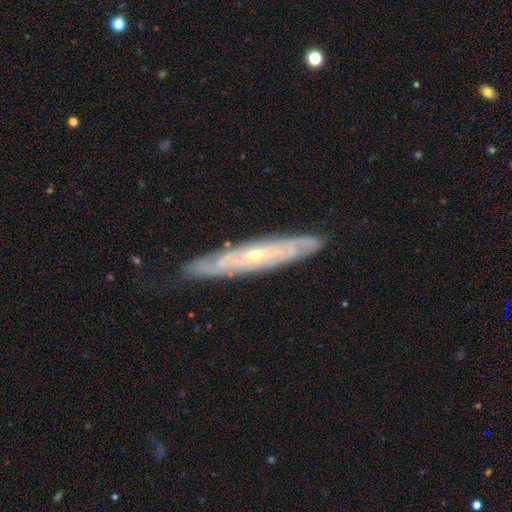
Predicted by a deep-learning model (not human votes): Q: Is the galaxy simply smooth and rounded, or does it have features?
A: featured or disk — 81%.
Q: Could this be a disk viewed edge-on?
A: no — 50%, tied with yes.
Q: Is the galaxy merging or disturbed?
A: none — 83%.